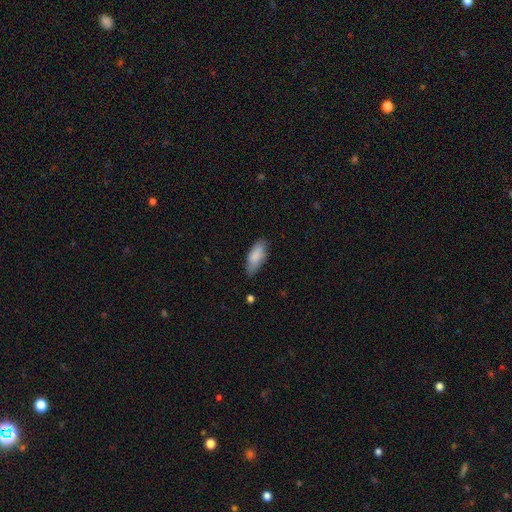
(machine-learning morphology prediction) Smooth or featured?
  - smooth: 85% *
  - featured or disk: 9%
  - star or artifact: 6%
How rounded?
  - in between: 81% *
  - cigar-shaped: 18%
  - round: 2%
Merging?
  - none: 73% *
  - minor disturbance: 22%
  - major disturbance: 4%
  - merger: 2%